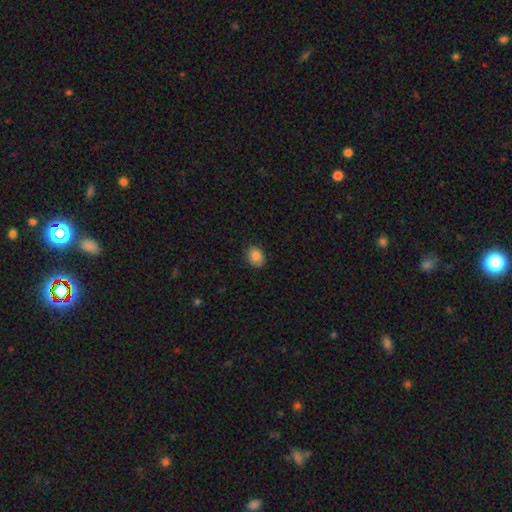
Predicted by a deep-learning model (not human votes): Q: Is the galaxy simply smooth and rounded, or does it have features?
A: smooth — 85%.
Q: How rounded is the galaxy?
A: in between — 59%.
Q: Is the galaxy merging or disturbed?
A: none — 84%.